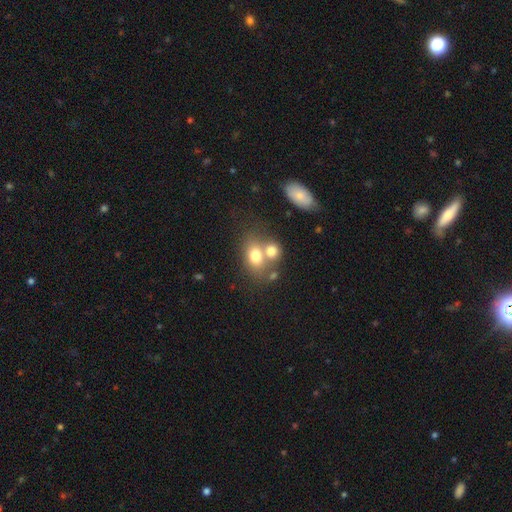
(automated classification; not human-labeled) Morphology: type=smooth (72%); roundness=in between (61%); merging=merger (52%).